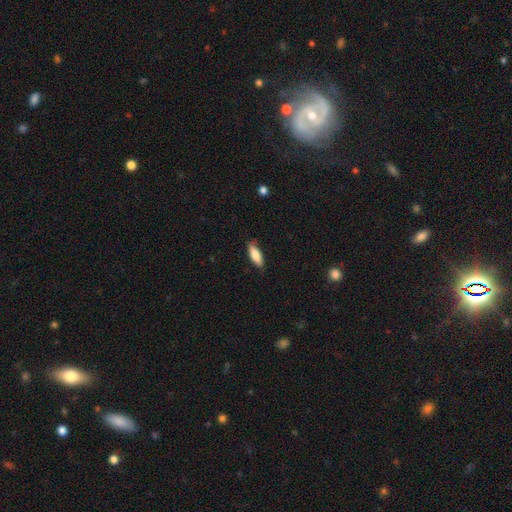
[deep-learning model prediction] smooth 82%, featured or disk 12%, star or artifact 6%. Down the decision tree: how rounded — in between (60%); merging — none (80%).